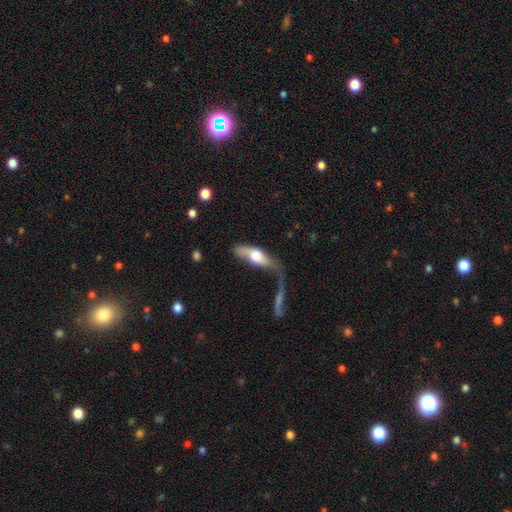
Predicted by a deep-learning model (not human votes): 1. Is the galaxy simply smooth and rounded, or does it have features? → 47% smooth (tied), 47% featured or disk (tied), 6% star or artifact.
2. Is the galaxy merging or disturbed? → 31% merger, 28% major disturbance, 23% none, 17% minor disturbance.